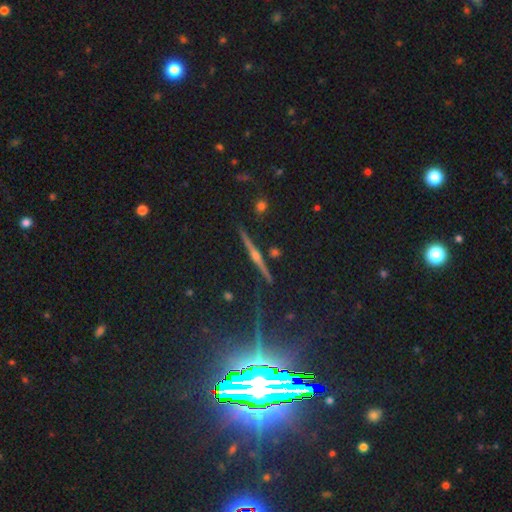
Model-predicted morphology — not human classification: Smooth or featured?
  - featured or disk: 75% *
  - star or artifact: 15%
  - smooth: 10%
Edge-on disk?
  - yes: 98% *
  - no: 2%
Edge-on bulge?
  - rounded: 89% *
  - boxy: 6%
  - none: 6%
Merging?
  - none: 89% *
  - minor disturbance: 7%
  - merger: 2%
  - major disturbance: 2%